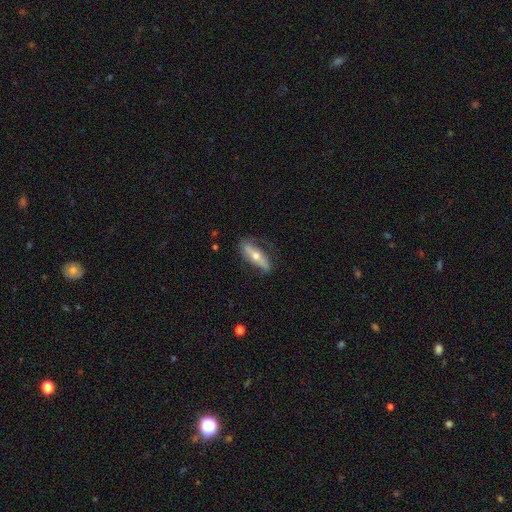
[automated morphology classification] This is possibly a featured or disk galaxy (53%). It is possibly viewed edge-on (52%). Merging: likely none (70%).